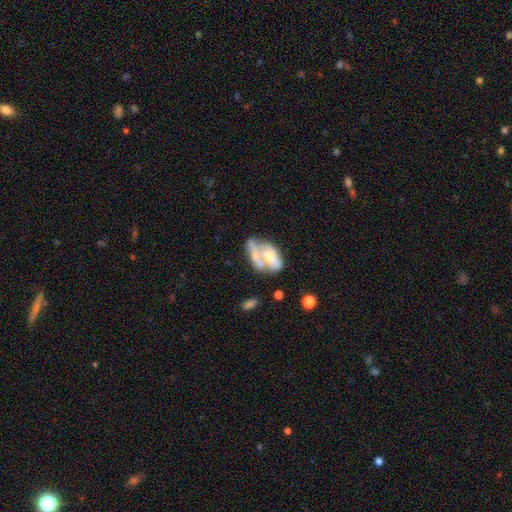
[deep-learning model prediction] Smooth or featured? Predicted: featured or disk (p=0.51). Edge-on disk? Predicted: no (p=0.94). Merging? Predicted: merger (p=0.49).